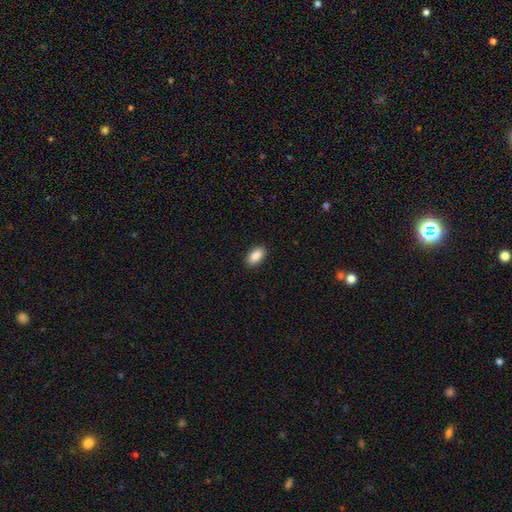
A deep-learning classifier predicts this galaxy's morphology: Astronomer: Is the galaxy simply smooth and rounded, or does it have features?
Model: smooth — 89%.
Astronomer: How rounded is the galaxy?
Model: in between — 94%.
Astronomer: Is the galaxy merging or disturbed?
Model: none — 90%.